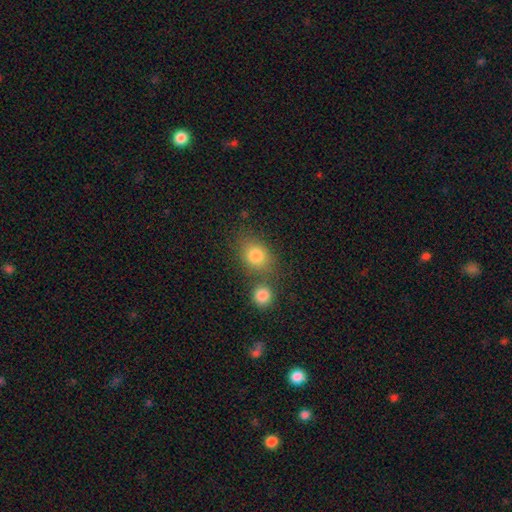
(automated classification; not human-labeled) Overall: smooth (81%). How rounded: in between (49%, tied with round). Merging: none (56%; merger 27%).